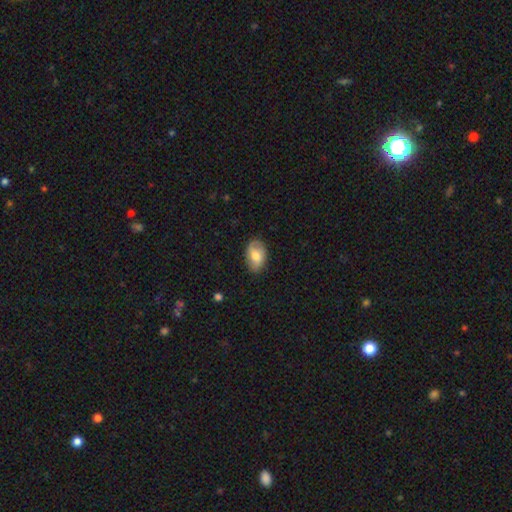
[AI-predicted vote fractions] Q: Smooth or featured?
A: smooth (59%); runner-up: featured or disk (34%)
Q: How rounded?
A: in between (88%); runner-up: round (11%)
Q: Merging?
A: none (79%); runner-up: minor disturbance (16%)